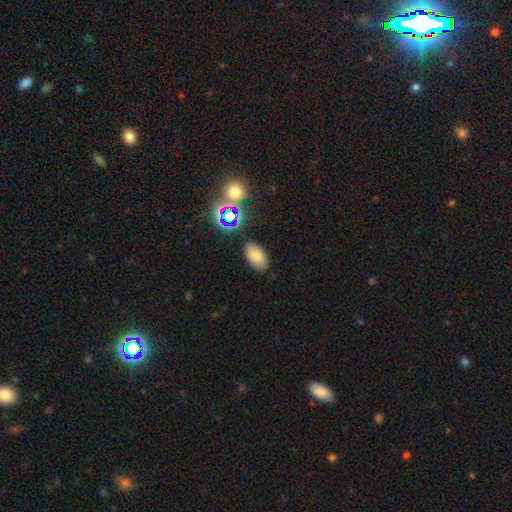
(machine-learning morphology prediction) Overall: smooth (75%). How rounded: in between (93%). Merging: none (83%).